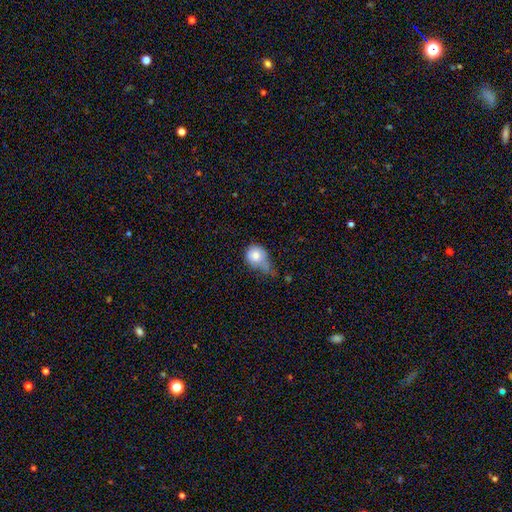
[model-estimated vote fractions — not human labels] Smooth or featured: smooth — 77% (featured or disk — 14%)
How rounded: round — 68% (in between — 31%)
Merging: minor disturbance — 38% (major disturbance — 31%)